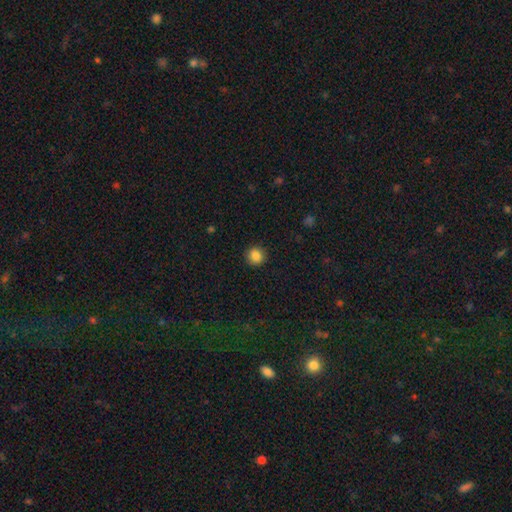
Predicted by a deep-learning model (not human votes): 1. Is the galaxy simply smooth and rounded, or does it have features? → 86% smooth, 10% star or artifact, 4% featured or disk.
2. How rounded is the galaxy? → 92% round, 7% in between, 1% cigar-shaped.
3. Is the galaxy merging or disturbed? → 91% none, 6% minor disturbance, 2% major disturbance, 1% merger.